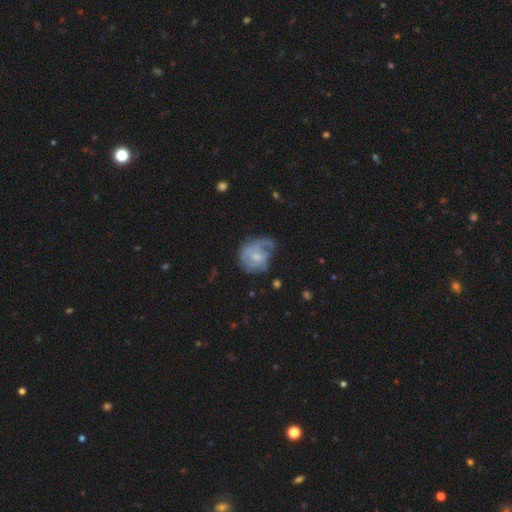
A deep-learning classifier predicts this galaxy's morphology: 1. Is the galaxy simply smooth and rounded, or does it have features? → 68% featured or disk, 26% smooth, 6% star or artifact.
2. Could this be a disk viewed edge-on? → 98% no, 2% yes.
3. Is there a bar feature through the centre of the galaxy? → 51% no, 42% weak, 6% strong.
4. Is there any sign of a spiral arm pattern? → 84% yes, 16% no.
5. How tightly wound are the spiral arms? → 50% tight, 35% medium, 15% loose.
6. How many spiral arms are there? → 33% can't tell, 31% 2, 16% 1, 14% 3, 4% 4, 3% more than 4.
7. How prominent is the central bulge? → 44% small, 40% moderate, 11% none, 3% large, 1% dominant.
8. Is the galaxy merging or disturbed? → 46% none, 29% minor disturbance, 22% major disturbance, 3% merger.